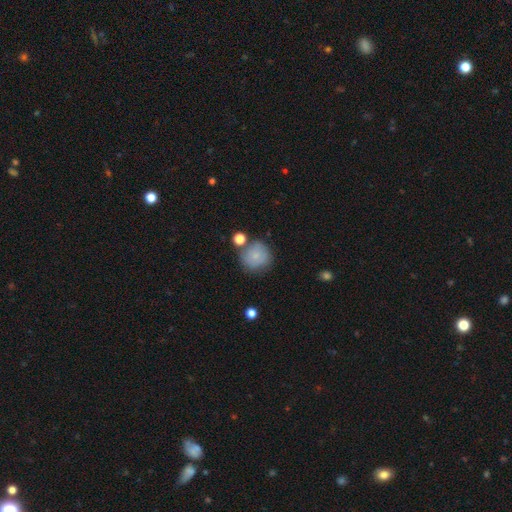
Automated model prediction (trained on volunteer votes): This appears to be a smooth galaxy with no disk features (78%) that is round (91%). Merging: none (66%).